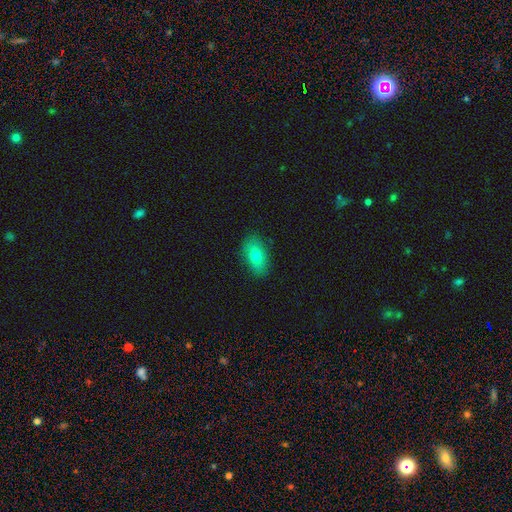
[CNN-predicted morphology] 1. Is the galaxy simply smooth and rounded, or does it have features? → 77% smooth, 15% featured or disk, 8% star or artifact.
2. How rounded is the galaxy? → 88% in between, 9% round, 3% cigar-shaped.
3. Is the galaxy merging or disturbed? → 84% none, 12% minor disturbance, 3% major disturbance, 1% merger.